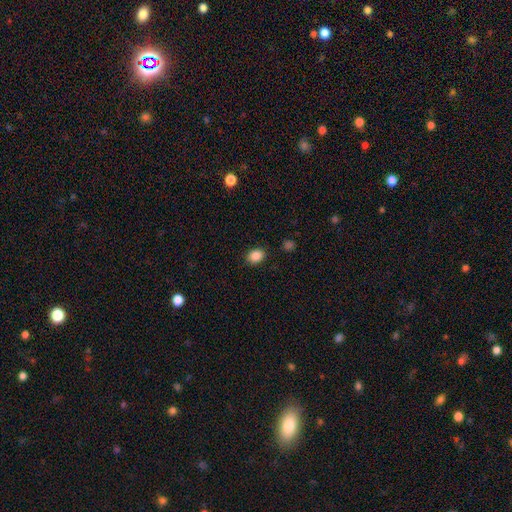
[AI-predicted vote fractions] The model was most divided on "how rounded": in between: 58%, round: 41%, cigar-shaped: 1%. More confident: smooth or featured — smooth (87%); merging — none (87%).